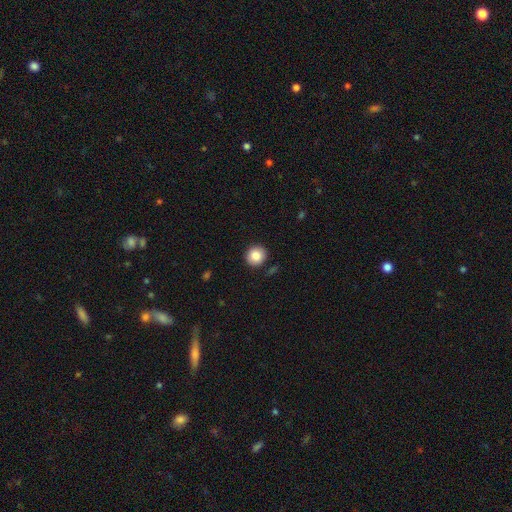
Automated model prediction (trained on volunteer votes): This is clearly a smooth galaxy (86%). How rounded: clearly round (92%). Merging: clearly none (90%).